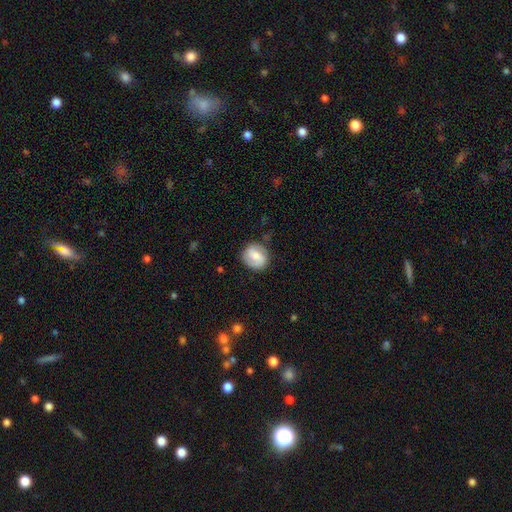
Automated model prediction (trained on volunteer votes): A smooth galaxy with no disk features (58%) that is round (74%). Merging: none (77%).